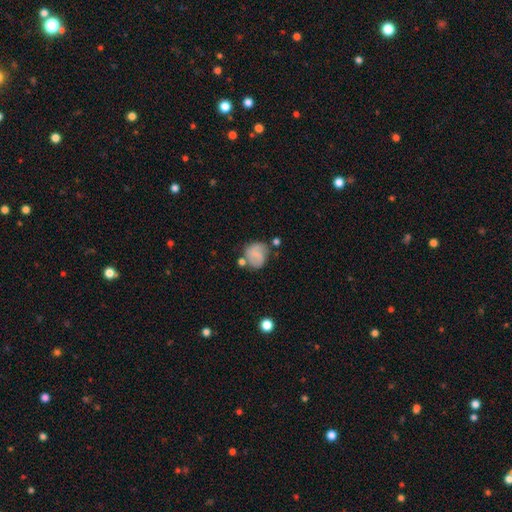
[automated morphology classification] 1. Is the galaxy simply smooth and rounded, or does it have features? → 53% smooth, 38% featured or disk, 9% star or artifact.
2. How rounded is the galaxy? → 76% round, 23% in between, 1% cigar-shaped.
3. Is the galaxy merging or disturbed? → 56% none, 22% minor disturbance, 13% merger, 9% major disturbance.